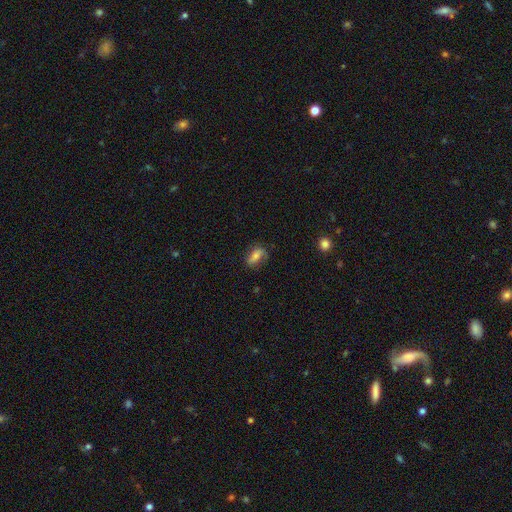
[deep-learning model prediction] The model was most divided on "smooth or featured": smooth: 58%, featured or disk: 33%, star or artifact: 10%. More confident: how rounded — in between (81%); merging — none (65%).